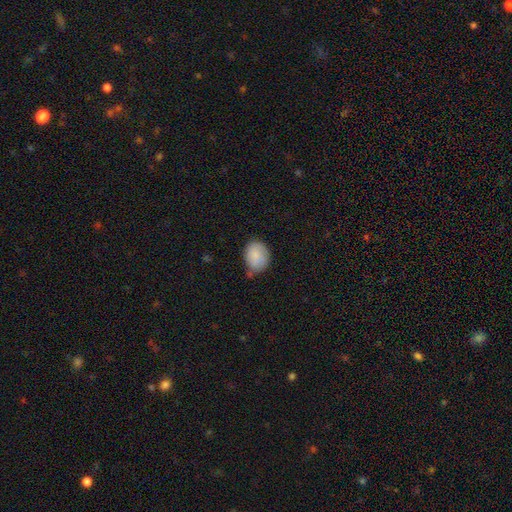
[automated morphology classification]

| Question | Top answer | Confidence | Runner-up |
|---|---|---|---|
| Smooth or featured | smooth | 84% | featured or disk (9%) |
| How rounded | in between | 54% | round (45%) |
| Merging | none | 58% | minor disturbance (30%) |